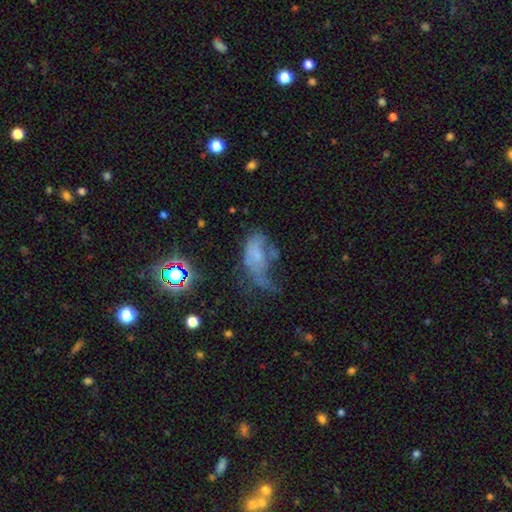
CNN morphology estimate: Overall: smooth (42%; featured or disk 38%). Merging: major disturbance (50%; minor disturbance 20%).